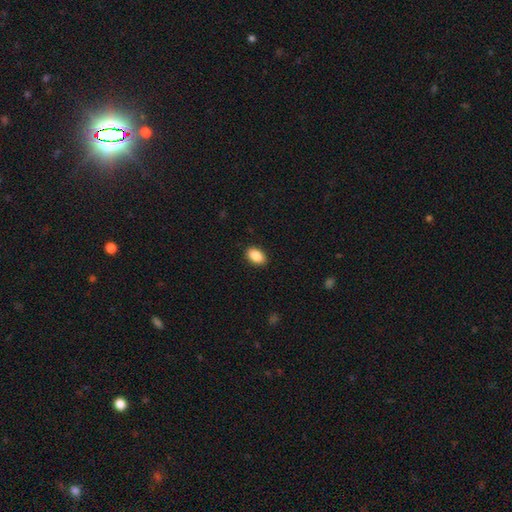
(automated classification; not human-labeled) A smooth galaxy with no disk features (89%) that is in between round and cigar-shaped (90%). Merging: none (89%).